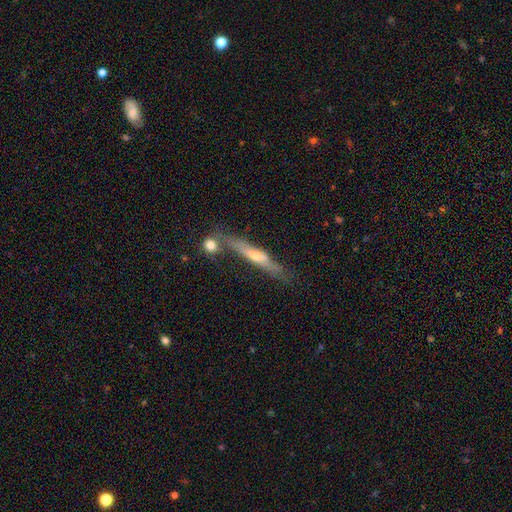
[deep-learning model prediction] Smooth or featured?
  - featured or disk: 63% *
  - smooth: 30%
  - star or artifact: 7%
Edge-on disk?
  - yes: 87% *
  - no: 13%
Edge-on bulge?
  - rounded: 67% *
  - none: 25%
  - boxy: 8%
Merging?
  - none: 63% *
  - minor disturbance: 18%
  - merger: 13%
  - major disturbance: 6%